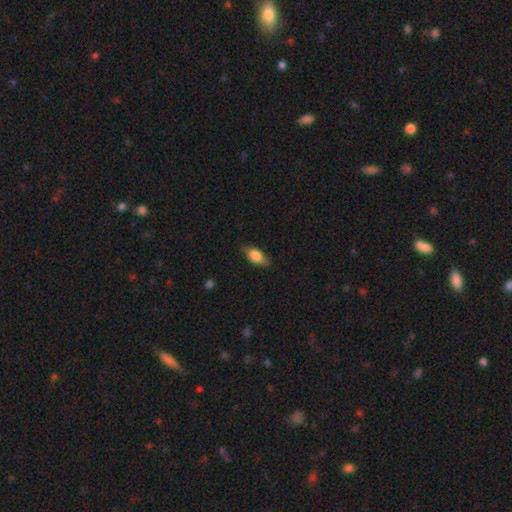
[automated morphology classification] This appears to be a smooth galaxy with no disk features (76%) that is in between round and cigar-shaped (83%). Merging: none (80%).